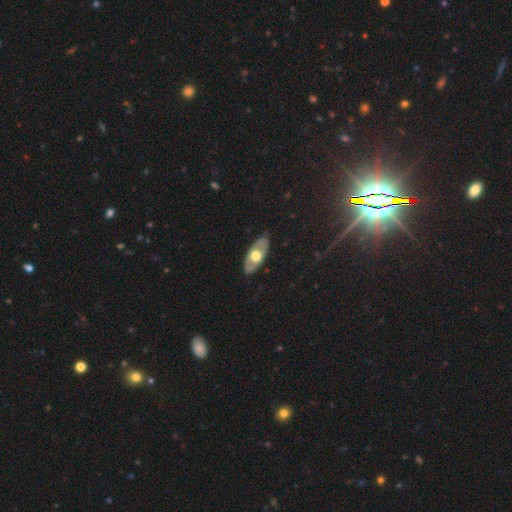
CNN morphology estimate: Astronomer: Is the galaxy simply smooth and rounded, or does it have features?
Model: featured or disk — 55% (runner-up: smooth, 41%).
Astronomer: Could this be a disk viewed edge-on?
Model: no — 74%.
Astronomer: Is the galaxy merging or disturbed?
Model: none — 84%.